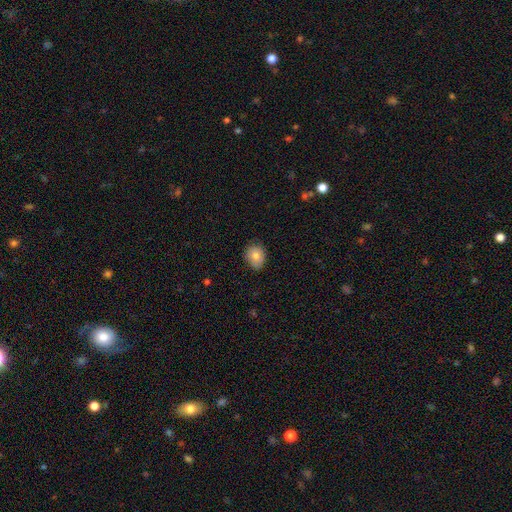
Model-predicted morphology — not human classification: Overall: smooth (80%). How rounded: round (51%; in between 48%). Merging: none (71%).